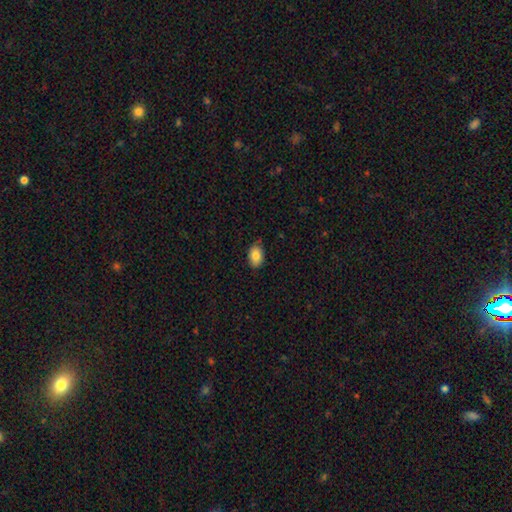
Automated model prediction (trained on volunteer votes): Smooth or featured? Predicted: smooth (p=0.85). How rounded? Predicted: in between (p=0.88). Merging? Predicted: none (p=0.84).